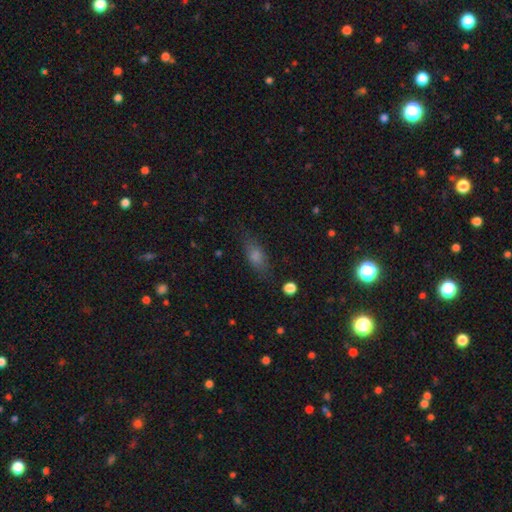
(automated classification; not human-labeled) Smooth or featured?
  - smooth: 70% *
  - featured or disk: 18%
  - star or artifact: 12%
How rounded?
  - in between: 70% *
  - cigar-shaped: 24%
  - round: 6%
Merging?
  - none: 77% *
  - minor disturbance: 16%
  - major disturbance: 5%
  - merger: 2%